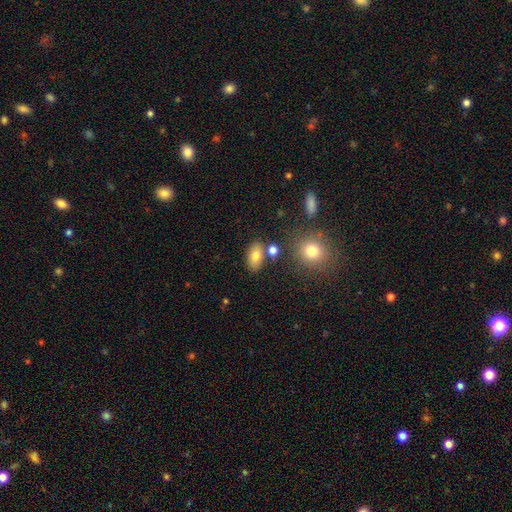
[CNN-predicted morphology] Smooth or featured? smooth (78%)
How rounded? in between (87%)
Merging? none (75%)